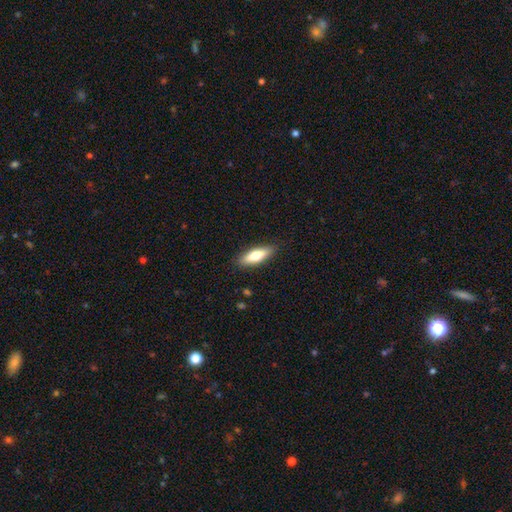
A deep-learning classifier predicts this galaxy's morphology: Smooth or featured? Predicted: smooth (p=0.66). How rounded? Predicted: in between (p=0.50). Merging? Predicted: none (p=0.88).